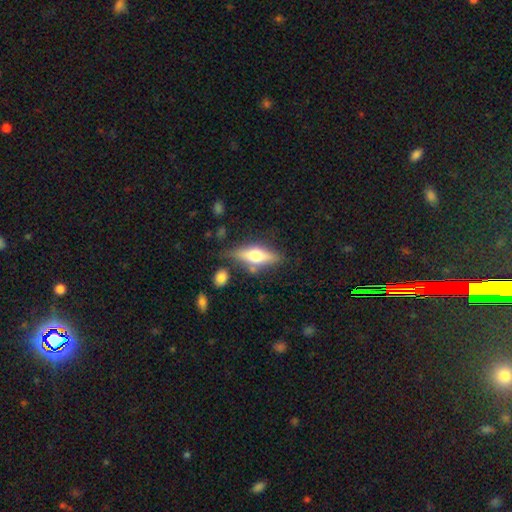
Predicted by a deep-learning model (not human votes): Smooth or featured? Predicted: featured or disk (p=0.50). Merging? Predicted: none (p=0.72).